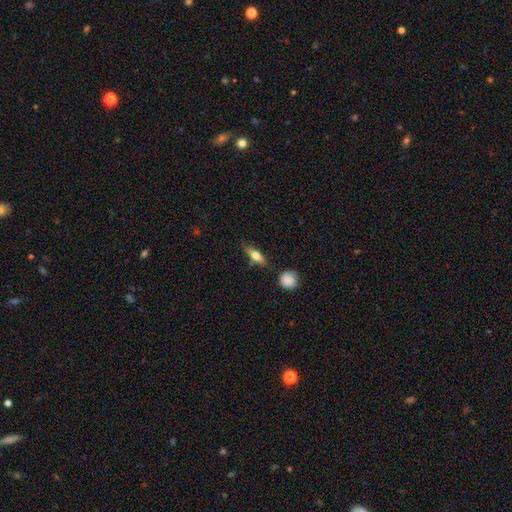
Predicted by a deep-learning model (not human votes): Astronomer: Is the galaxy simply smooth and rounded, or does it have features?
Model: smooth — 53% (runner-up: featured or disk, 40%).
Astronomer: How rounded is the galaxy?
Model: cigar-shaped — 50% (runner-up: in between, 45%).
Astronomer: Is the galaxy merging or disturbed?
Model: none — 79%.